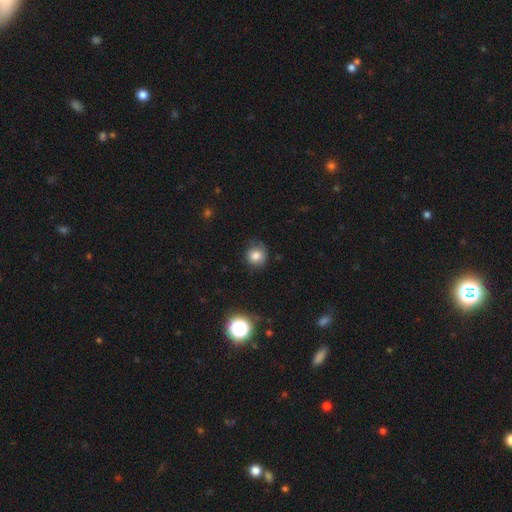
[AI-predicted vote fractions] Smooth or featured? Predicted: smooth (p=0.79). How rounded? Predicted: round (p=0.85). Merging? Predicted: none (p=0.66).